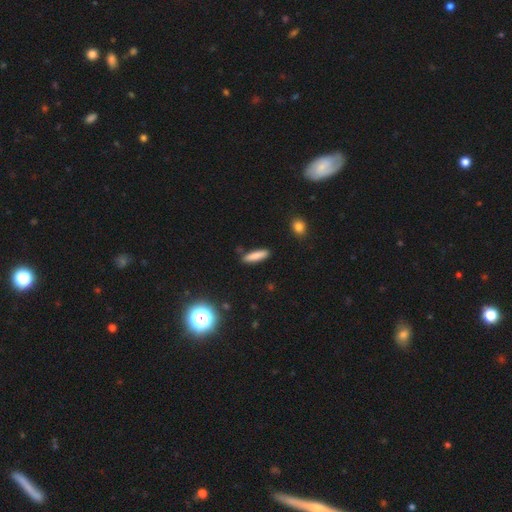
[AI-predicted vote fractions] Smooth or featured? smooth (83%)
How rounded? cigar-shaped (79%)
Merging? none (86%)